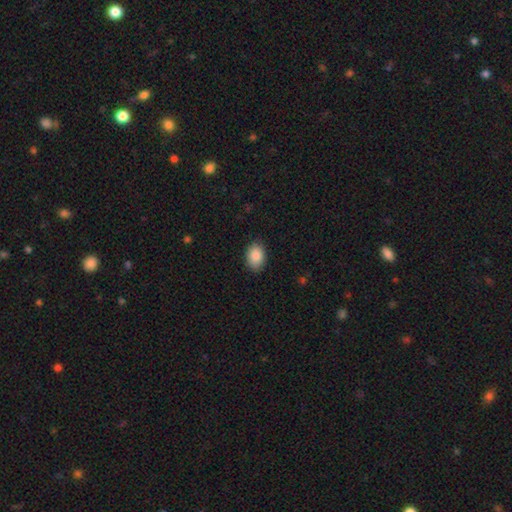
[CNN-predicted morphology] type=smooth (88%); roundness=in between (79%); merging=none (86%).